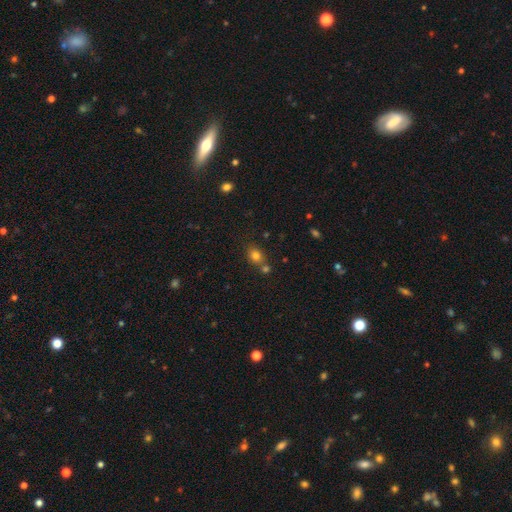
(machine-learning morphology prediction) Smooth or featured: smooth — 77% (star or artifact — 15%)
How rounded: round — 58% (in between — 41%)
Merging: none — 62% (merger — 24%)